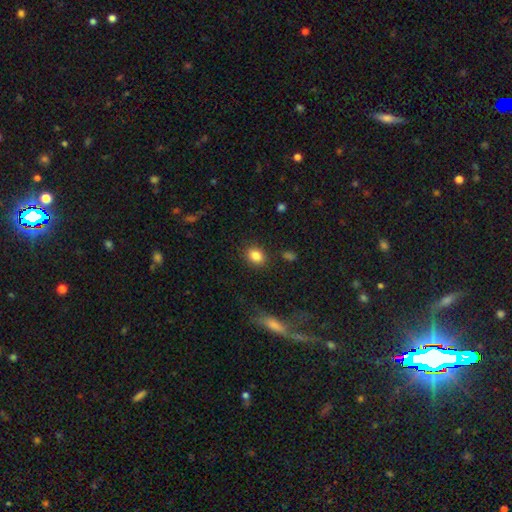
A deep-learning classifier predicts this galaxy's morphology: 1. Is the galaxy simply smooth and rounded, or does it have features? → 85% smooth, 9% star or artifact, 6% featured or disk.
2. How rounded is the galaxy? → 59% in between, 40% round, 1% cigar-shaped.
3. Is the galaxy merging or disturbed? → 86% none, 9% minor disturbance, 3% major disturbance, 2% merger.